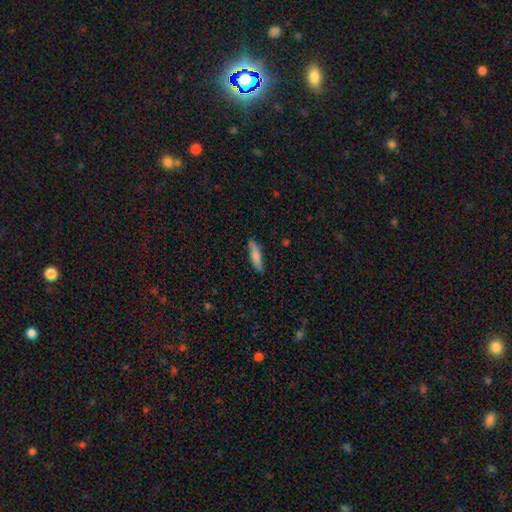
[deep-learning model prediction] A smooth galaxy with no disk features (78%) that is cigar-shaped (72%).

Vote fractions:
- Smooth or featured? smooth: 78% / featured or disk: 16% / star or artifact: 6%
- How rounded? cigar-shaped: 72% / in between: 27% / round: 2%
- Merging? none: 80% / minor disturbance: 15% / major disturbance: 3% / merger: 2%